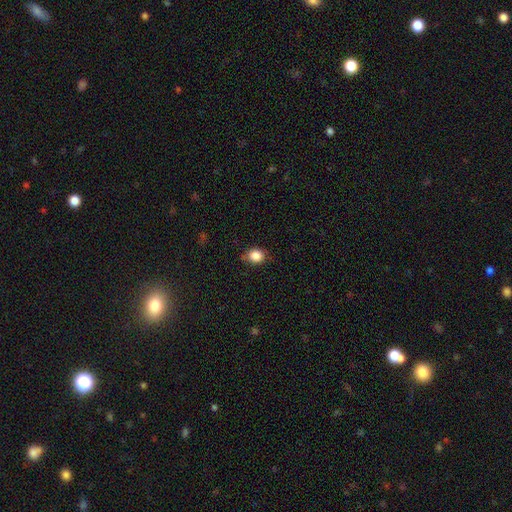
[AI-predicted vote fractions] Q: Smooth or featured?
A: smooth (86%); runner-up: star or artifact (10%)
Q: How rounded?
A: round (70%); runner-up: in between (29%)
Q: Merging?
A: none (75%); runner-up: minor disturbance (19%)